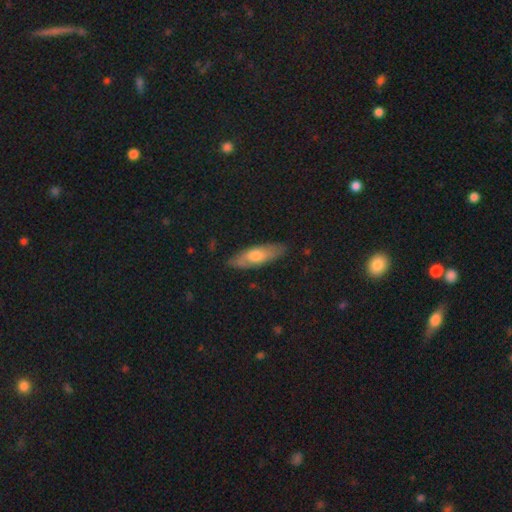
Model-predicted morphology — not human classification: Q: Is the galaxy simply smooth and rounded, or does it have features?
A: smooth — 61%.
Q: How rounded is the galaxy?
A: in between — 52%.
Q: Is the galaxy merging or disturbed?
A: none — 84%.